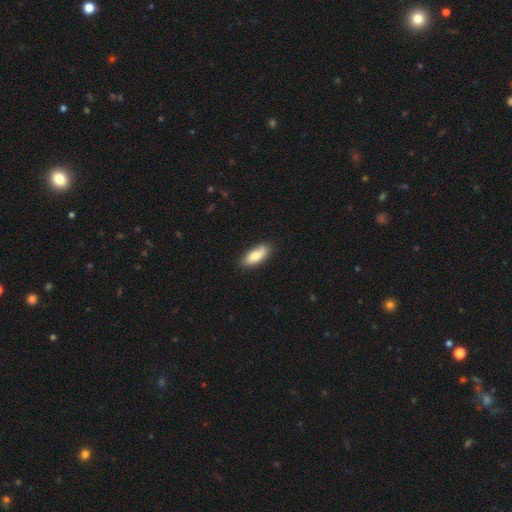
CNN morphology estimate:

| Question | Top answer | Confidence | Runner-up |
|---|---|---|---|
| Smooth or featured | smooth | 83% | featured or disk (11%) |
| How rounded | in between | 81% | cigar-shaped (17%) |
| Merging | none | 83% | minor disturbance (13%) |